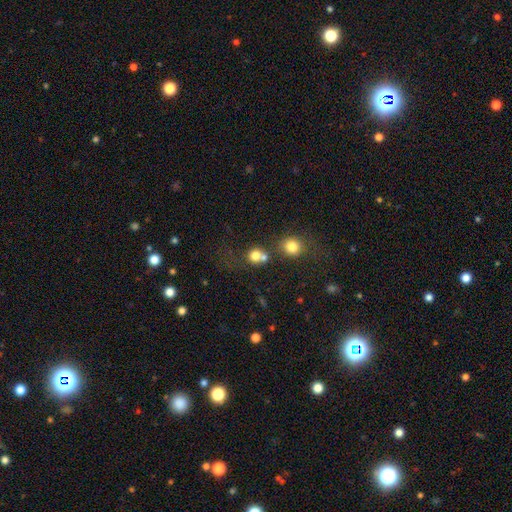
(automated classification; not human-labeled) This is likely a smooth galaxy (76%). How rounded: clearly round (83%). Merging: marginally none (44%).